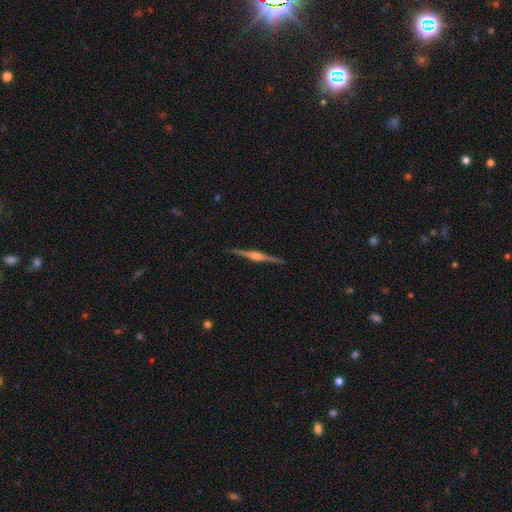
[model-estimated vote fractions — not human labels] Smooth or featured: featured or disk — 85% (smooth — 9%)
Edge-on disk: yes — 99% (no — 1%)
Edge-on bulge: rounded — 82% (boxy — 13%)
Merging: none — 92% (minor disturbance — 6%)